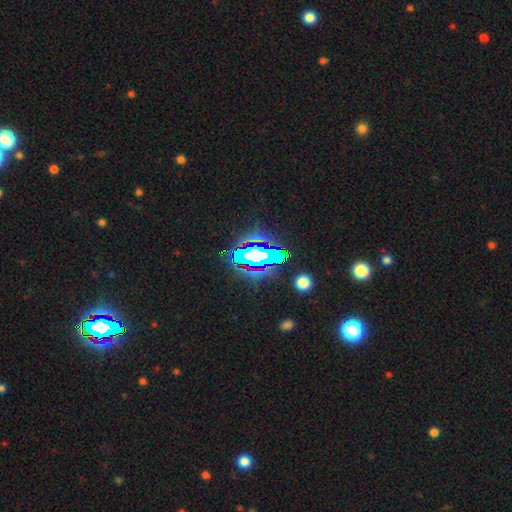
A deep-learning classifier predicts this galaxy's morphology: A star or artifact, not a galaxy (57%).

Vote fractions:
- Smooth or featured? star or artifact: 57% / featured or disk: 23% / smooth: 20%